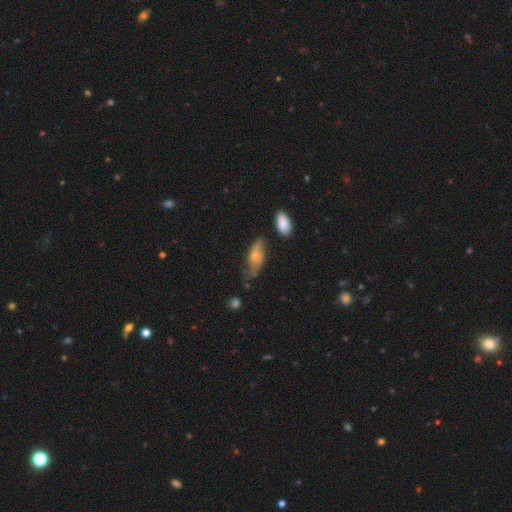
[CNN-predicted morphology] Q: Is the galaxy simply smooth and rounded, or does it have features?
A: smooth — 64%.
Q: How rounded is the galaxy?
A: in between — 81%.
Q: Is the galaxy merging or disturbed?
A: none — 48%.